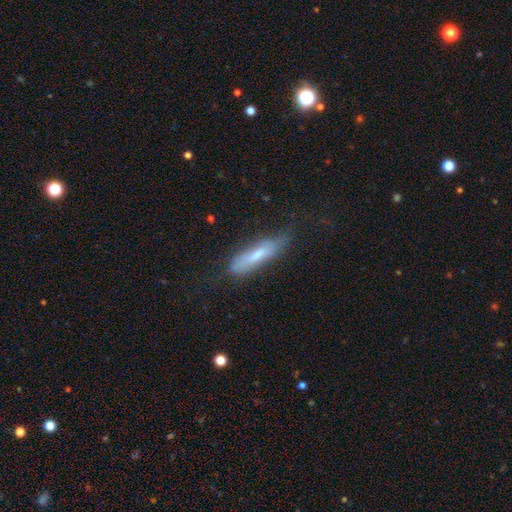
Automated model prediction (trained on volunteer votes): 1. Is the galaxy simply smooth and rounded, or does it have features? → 53% smooth, 38% featured or disk, 8% star or artifact.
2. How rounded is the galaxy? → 72% cigar-shaped, 26% in between, 2% round.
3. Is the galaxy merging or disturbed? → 60% none, 26% minor disturbance, 11% major disturbance, 2% merger.